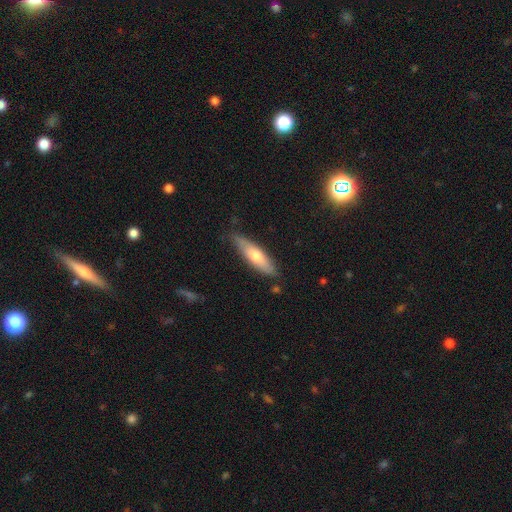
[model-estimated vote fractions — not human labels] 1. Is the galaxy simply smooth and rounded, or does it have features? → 59% smooth, 35% featured or disk, 5% star or artifact.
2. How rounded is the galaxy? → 65% cigar-shaped, 34% in between, 2% round.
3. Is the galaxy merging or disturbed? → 78% none, 18% minor disturbance, 3% major disturbance, 2% merger.